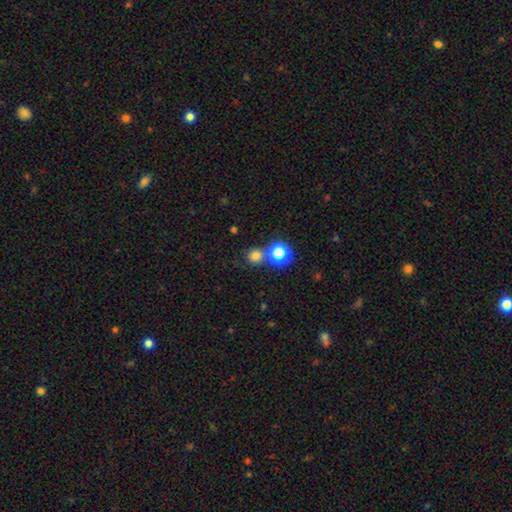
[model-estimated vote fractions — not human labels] A smooth galaxy with no disk features (74%) that is round (88%).

Vote fractions:
- Smooth or featured? smooth: 74% / star or artifact: 19% / featured or disk: 6%
- How rounded? round: 88% / in between: 11% / cigar-shaped: 1%
- Merging? none: 65% / merger: 22% / minor disturbance: 9% / major disturbance: 4%